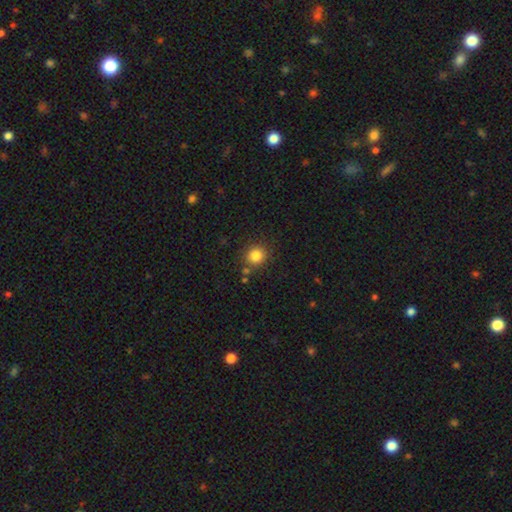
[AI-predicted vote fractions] Morphology: type=smooth (84%); roundness=round (86%); merging=none (82%).